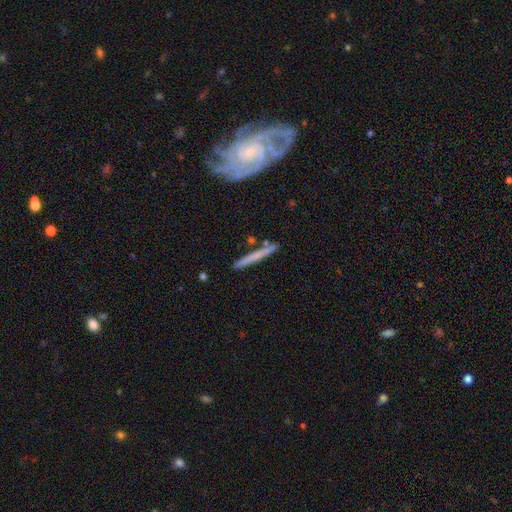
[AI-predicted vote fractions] Smooth or featured? smooth (49%)
Merging? none (84%)